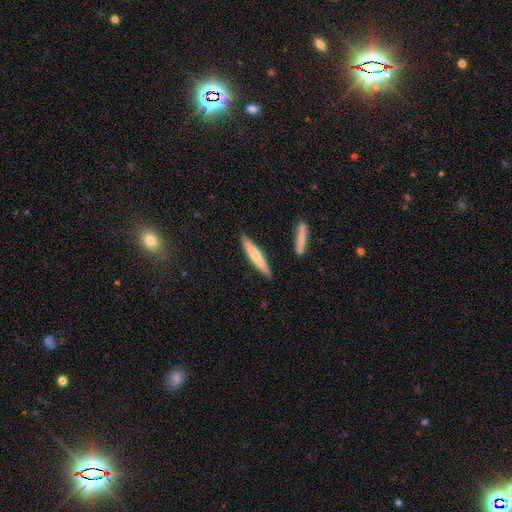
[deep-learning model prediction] A smooth galaxy with no disk features (61%) that is cigar-shaped (91%). Merging: none (86%).